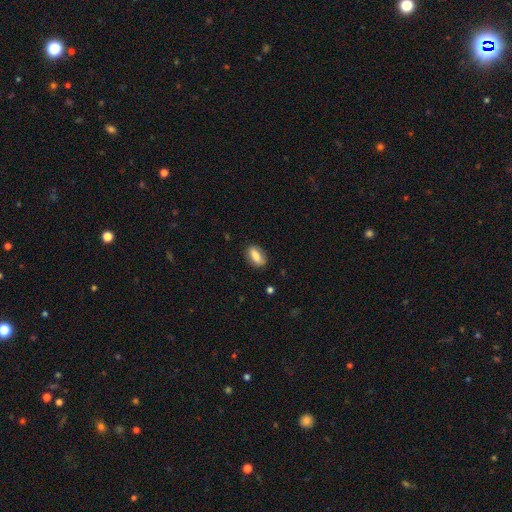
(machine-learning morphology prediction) The model was most divided on "smooth or featured": smooth: 77%, featured or disk: 16%, star or artifact: 7%. More confident: how rounded — in between (84%); merging — none (81%).